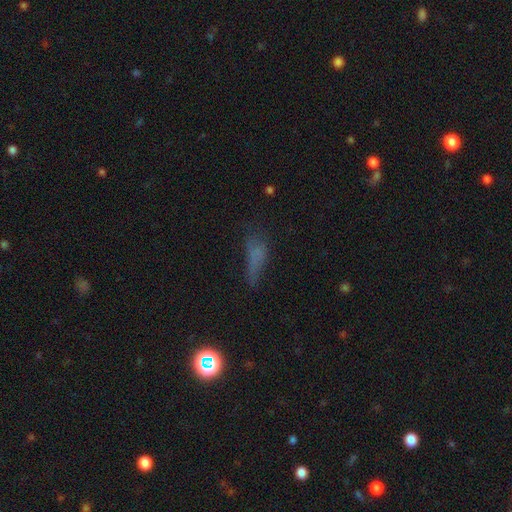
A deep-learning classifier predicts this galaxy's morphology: smooth-or-featured: smooth: 57% | star or artifact: 24% | featured or disk: 20%
  how-rounded: cigar-shaped: 48% | in between: 45% | round: 7%
  merging: none: 44% | minor disturbance: 28% | major disturbance: 25% | merger: 4%